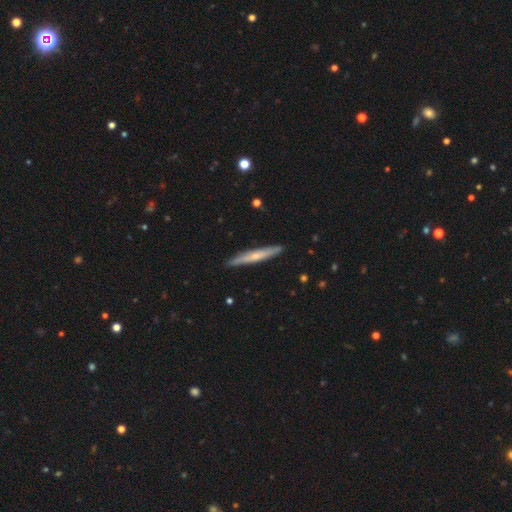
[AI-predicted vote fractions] Morphology: type=featured or disk (48%); merging=none (89%).